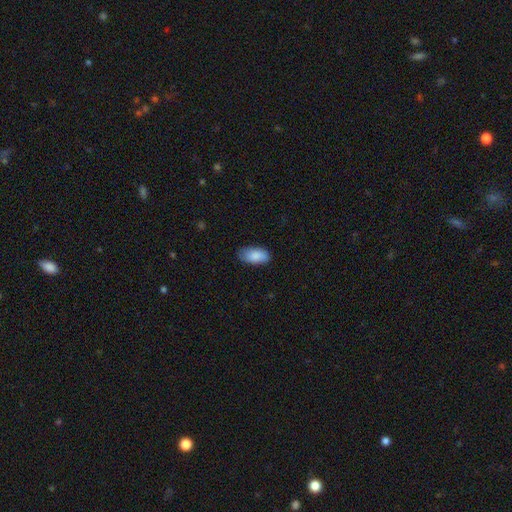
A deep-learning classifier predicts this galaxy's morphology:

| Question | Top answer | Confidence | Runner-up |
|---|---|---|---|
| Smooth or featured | smooth | 87% | featured or disk (7%) |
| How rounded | in between | 93% | cigar-shaped (4%) |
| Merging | none | 80% | minor disturbance (16%) |